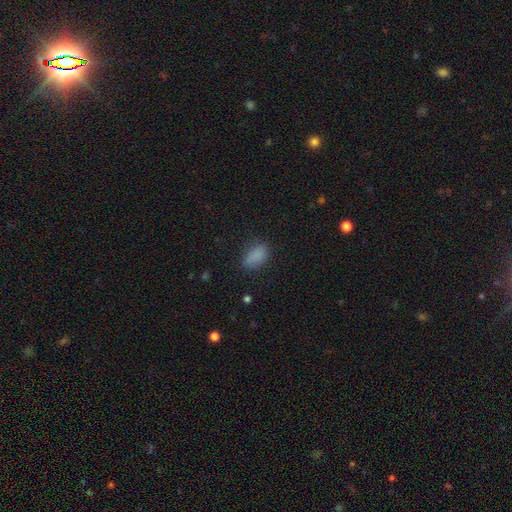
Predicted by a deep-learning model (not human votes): Q: Smooth or featured?
A: smooth (84%); runner-up: star or artifact (11%)
Q: How rounded?
A: in between (89%); runner-up: round (9%)
Q: Merging?
A: none (74%); runner-up: minor disturbance (19%)